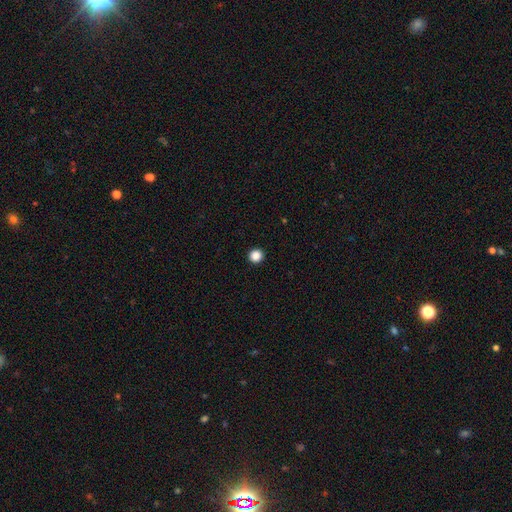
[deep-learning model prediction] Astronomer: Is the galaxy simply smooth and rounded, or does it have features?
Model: smooth — 87%.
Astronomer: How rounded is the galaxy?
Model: round — 96%.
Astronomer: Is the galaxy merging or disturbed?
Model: none — 94%.